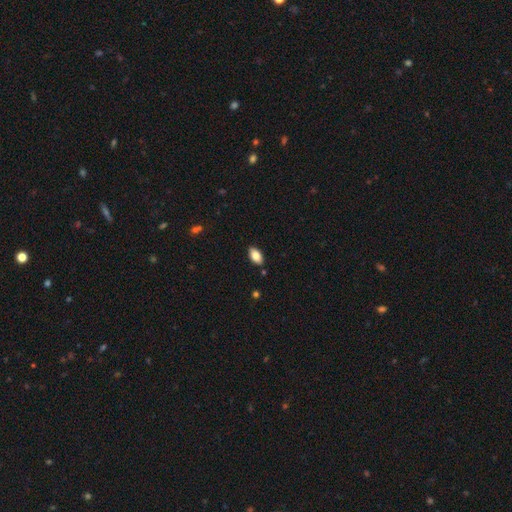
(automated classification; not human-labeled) This is clearly a smooth galaxy (82%). How rounded: clearly in between (93%). Merging: clearly none (87%).